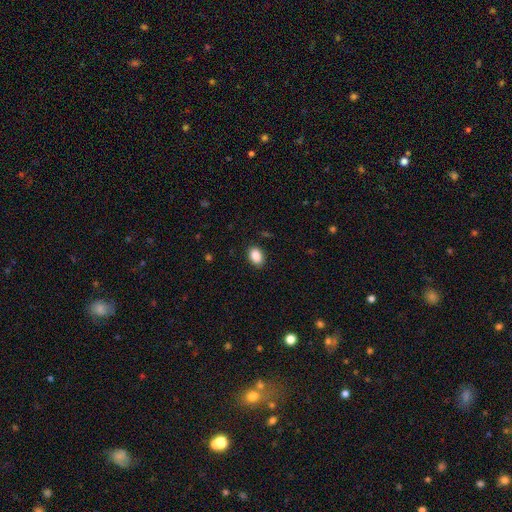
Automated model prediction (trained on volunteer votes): Morphology: type=smooth (89%); roundness=in between (81%); merging=none (88%).